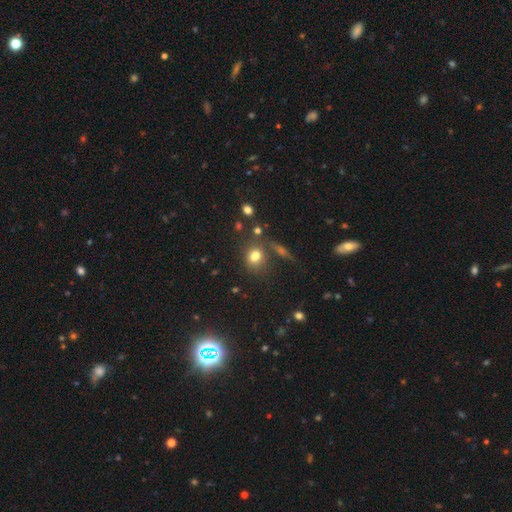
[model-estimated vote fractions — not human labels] Smooth or featured: smooth — 76% (star or artifact — 14%)
How rounded: round — 53% (in between — 45%)
Merging: none — 63% (merger — 15%)